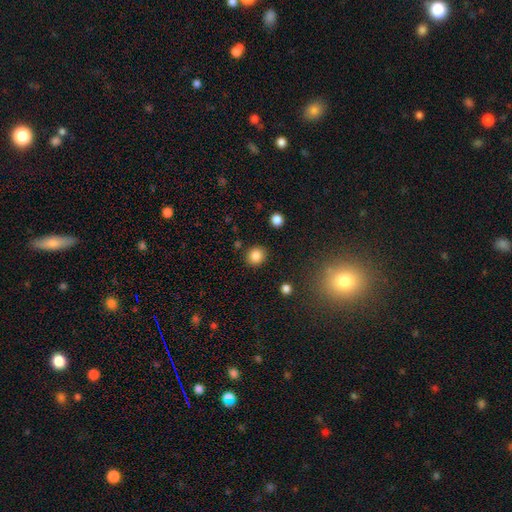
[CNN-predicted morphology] smooth_or_featured: smooth (p=0.85) [alt: star or artifact p=0.11]
how_rounded: round (p=0.85) [alt: in between p=0.14]
merging: none (p=0.88) [alt: minor disturbance p=0.07]